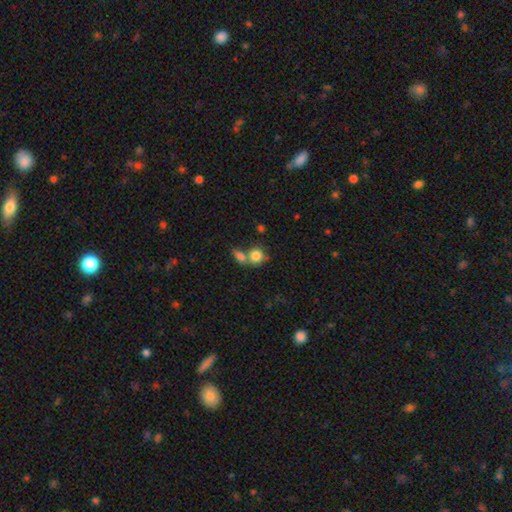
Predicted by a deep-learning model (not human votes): Q: Smooth or featured?
A: smooth (82%); runner-up: star or artifact (9%)
Q: How rounded?
A: round (75%); runner-up: in between (23%)
Q: Merging?
A: merger (46%); runner-up: none (40%)